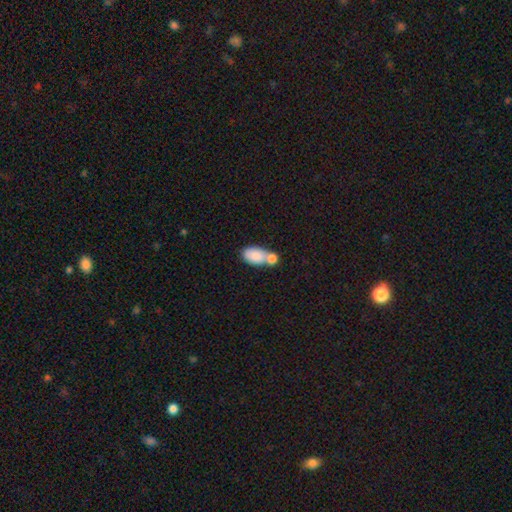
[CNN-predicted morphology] Q: Smooth or featured?
A: smooth (83%); runner-up: featured or disk (10%)
Q: How rounded?
A: in between (91%); runner-up: round (7%)
Q: Merging?
A: merger (51%); runner-up: none (32%)